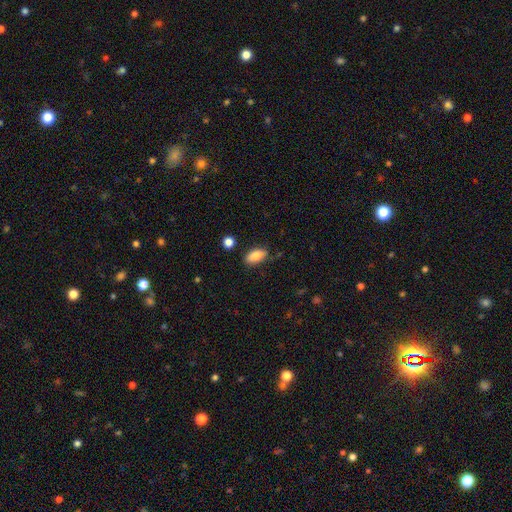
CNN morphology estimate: Smooth or featured? Predicted: smooth (p=0.87). How rounded? Predicted: in between (p=0.90). Merging? Predicted: none (p=0.78).